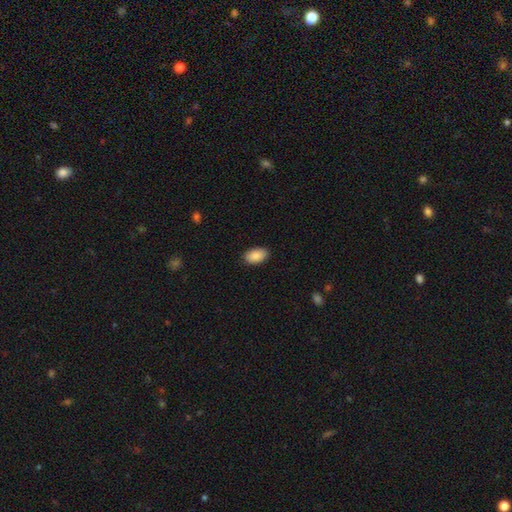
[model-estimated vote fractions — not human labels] smooth 89%, star or artifact 7%, featured or disk 4%. Down the decision tree: how rounded — in between (93%); merging — none (88%).